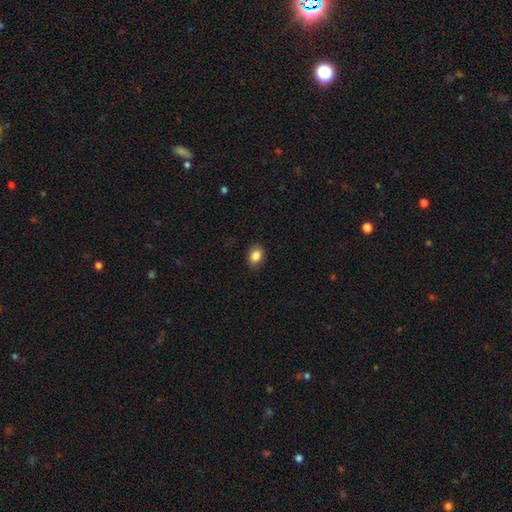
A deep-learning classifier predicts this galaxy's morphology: type=smooth (87%); roundness=in between (70%); merging=none (88%).